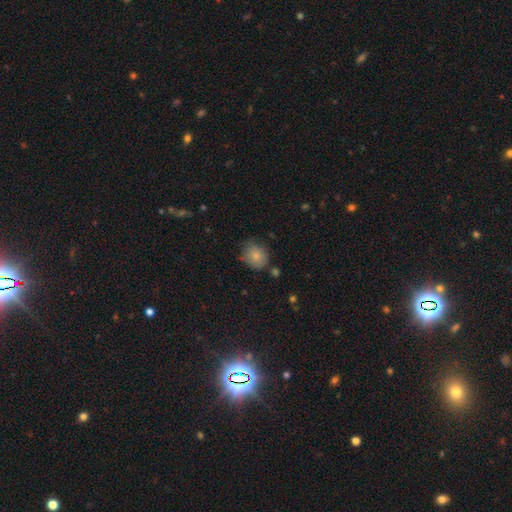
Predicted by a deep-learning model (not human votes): Overall: smooth (81%). How rounded: round (72%). Merging: none (65%).